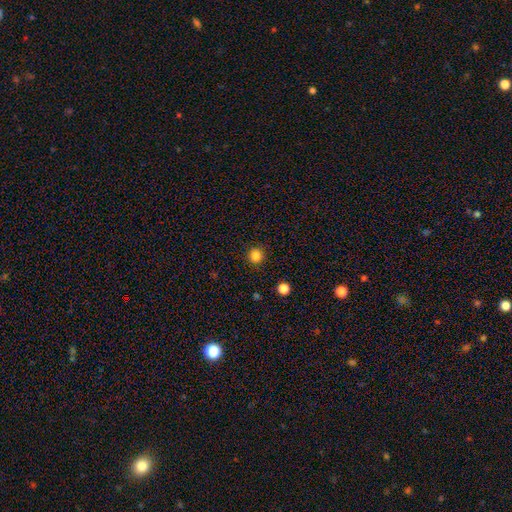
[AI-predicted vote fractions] This appears to be a smooth galaxy with no disk features (84%) that is round (91%). Merging: none (90%).